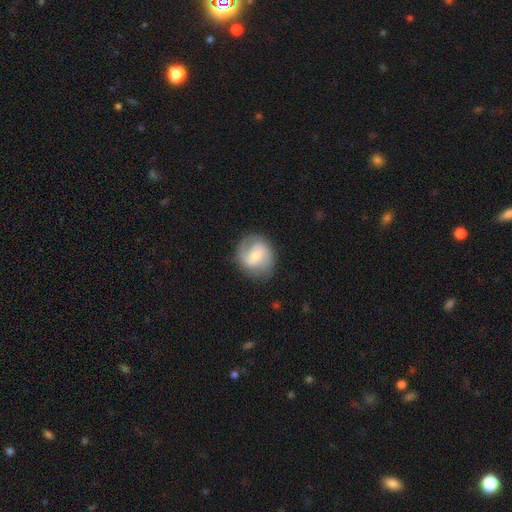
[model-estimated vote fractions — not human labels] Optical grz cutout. It shows a featured or disk galaxy (59%) with a weak bar (49%), spiral arms (87%) and a small central bulge (48%). Merging: none (76%).